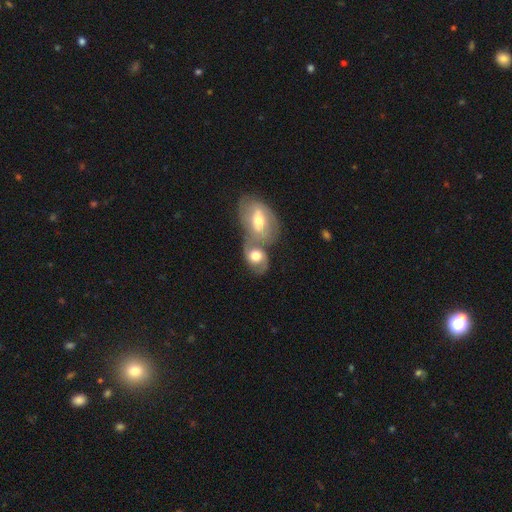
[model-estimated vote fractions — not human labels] This appears to be a featured or disk galaxy (57%) with no bar (57%), spiral arms (76%) and a moderate central bulge (58%). Merging: merger (66%).